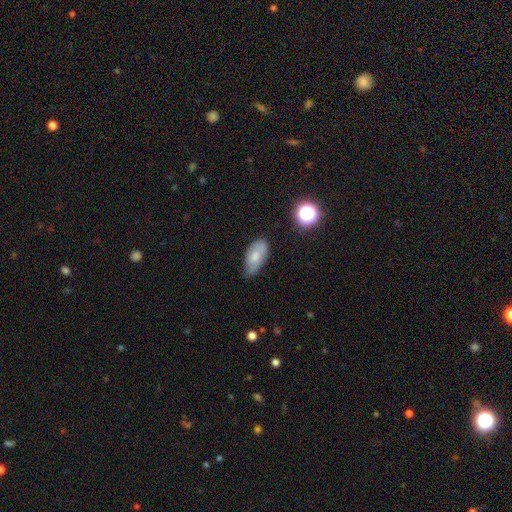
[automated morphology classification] smooth 72%, featured or disk 19%, star or artifact 9%. Down the decision tree: how rounded — in between (91%); merging — none (53%).